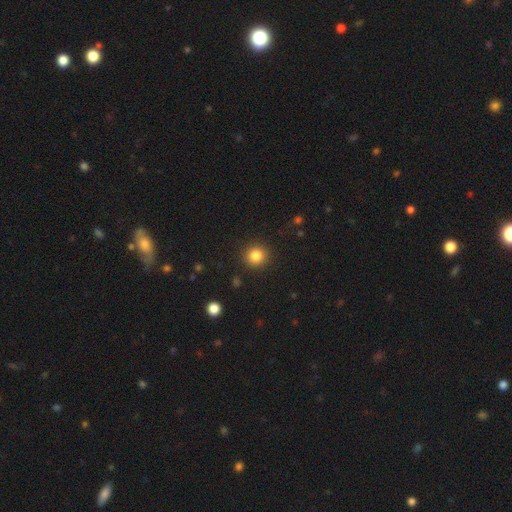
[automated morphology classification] smooth-or-featured: smooth: 84% | star or artifact: 11% | featured or disk: 5%
  how-rounded: round: 93% | in between: 7% | cigar-shaped: 1%
  merging: none: 91% | minor disturbance: 5% | major disturbance: 2% | merger: 1%